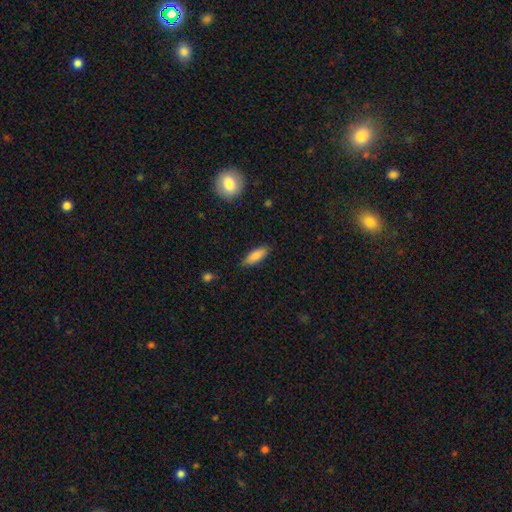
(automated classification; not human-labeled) This is clearly a smooth galaxy (85%). How rounded: possibly in between (59%). Merging: clearly none (85%).